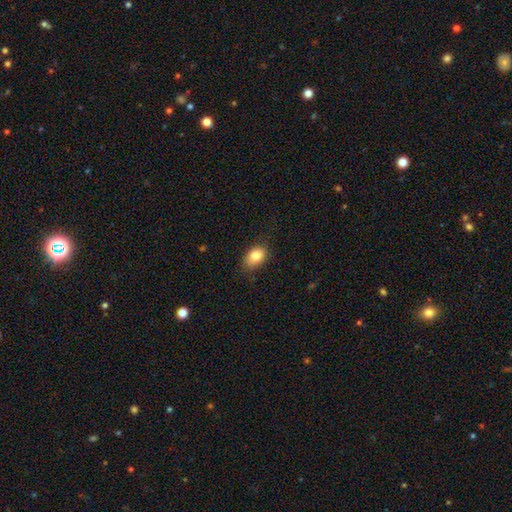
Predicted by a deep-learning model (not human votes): Smooth or featured? smooth (83%)
How rounded? in between (79%)
Merging? none (76%)